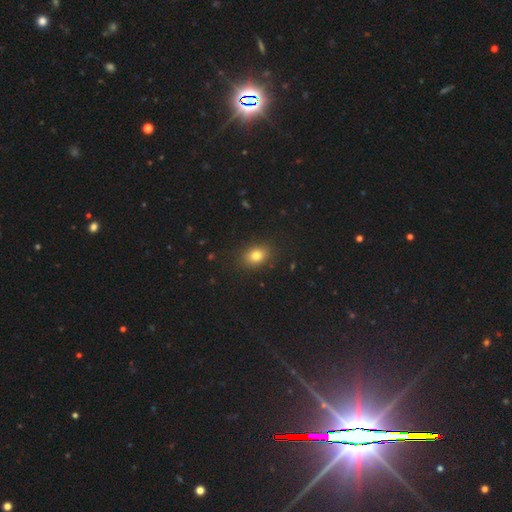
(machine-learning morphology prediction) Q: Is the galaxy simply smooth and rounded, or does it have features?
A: smooth — 80%.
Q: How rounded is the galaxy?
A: in between — 65%.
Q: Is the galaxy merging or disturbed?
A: none — 87%.